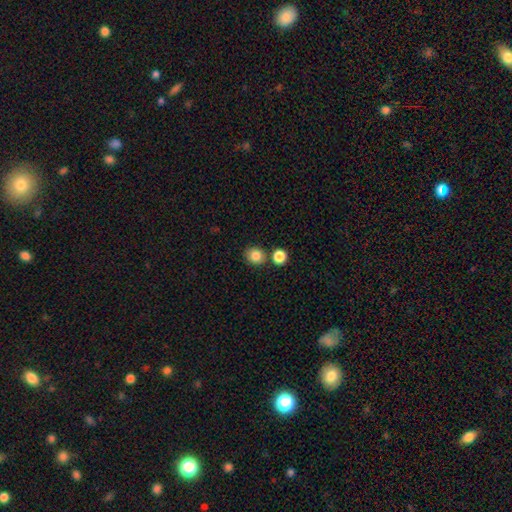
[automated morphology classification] smooth 84%, star or artifact 11%, featured or disk 5%. Down the decision tree: how rounded — round (79%); merging — none (77%).